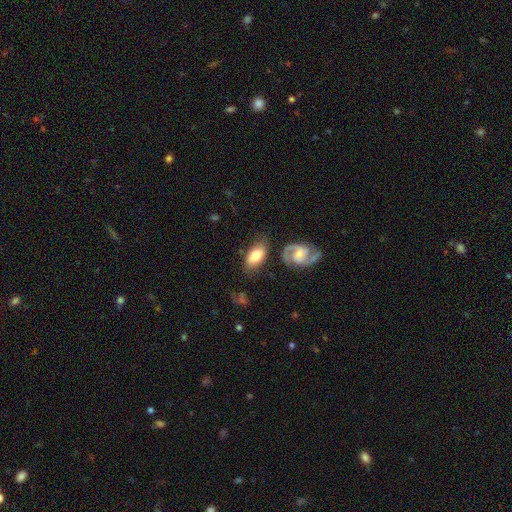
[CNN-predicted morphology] Smooth or featured?
  - smooth: 68% *
  - featured or disk: 25%
  - star or artifact: 7%
How rounded?
  - in between: 91% *
  - round: 6%
  - cigar-shaped: 3%
Merging?
  - none: 65% *
  - minor disturbance: 19%
  - merger: 9%
  - major disturbance: 7%